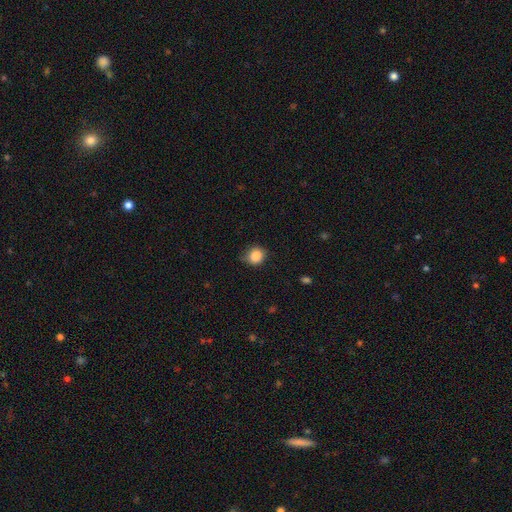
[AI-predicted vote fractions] A smooth galaxy with no disk features (86%) that is round (80%). Merging: none (72%).